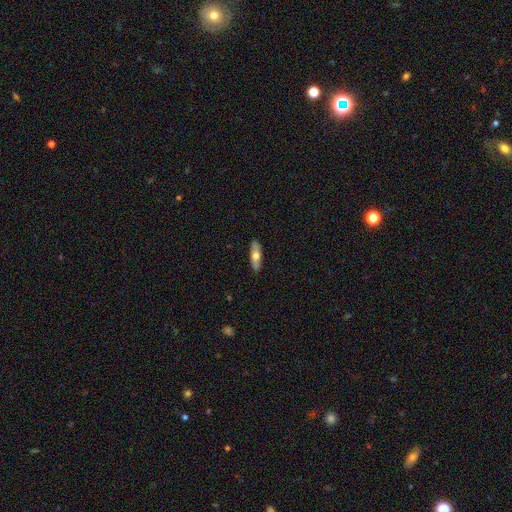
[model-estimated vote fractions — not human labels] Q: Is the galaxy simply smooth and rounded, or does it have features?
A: smooth — 59%.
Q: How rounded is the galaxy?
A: in between — 50%.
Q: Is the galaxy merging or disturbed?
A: none — 88%.